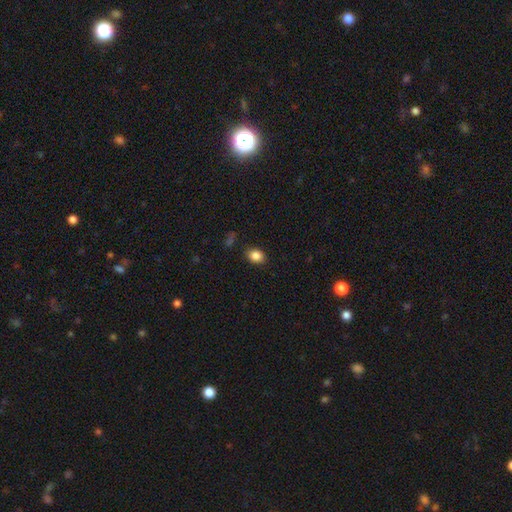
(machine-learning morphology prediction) Smooth or featured? smooth (86%)
How rounded? in between (54%)
Merging? none (86%)